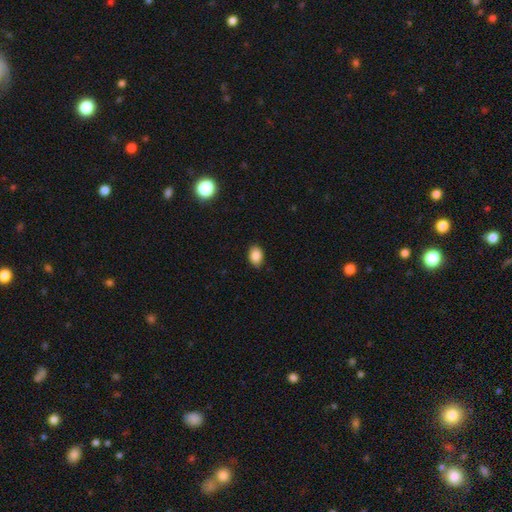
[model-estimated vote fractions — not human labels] Smooth or featured: smooth — 87% (star or artifact — 8%)
How rounded: in between — 82% (round — 17%)
Merging: none — 87% (minor disturbance — 10%)